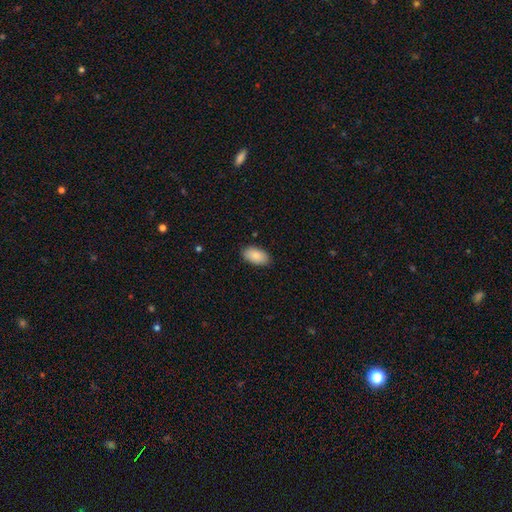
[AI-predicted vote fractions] Smooth or featured?
  - smooth: 87% *
  - star or artifact: 6%
  - featured or disk: 6%
How rounded?
  - in between: 95% *
  - round: 3%
  - cigar-shaped: 2%
Merging?
  - none: 87% *
  - minor disturbance: 10%
  - major disturbance: 2%
  - merger: 1%